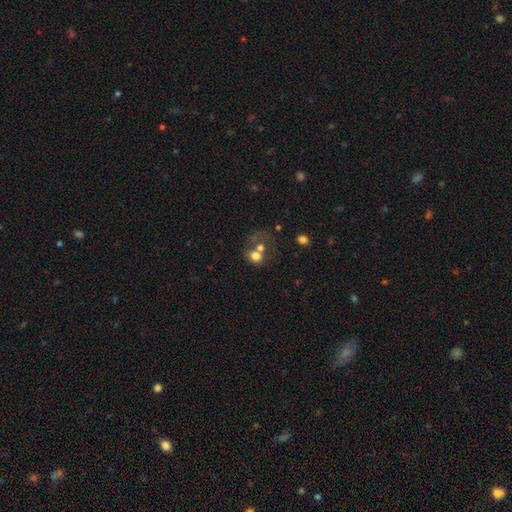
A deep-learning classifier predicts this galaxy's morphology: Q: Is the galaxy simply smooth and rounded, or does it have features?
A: smooth — 69%.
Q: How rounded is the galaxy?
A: round — 60%.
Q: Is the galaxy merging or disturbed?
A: merger — 52%.